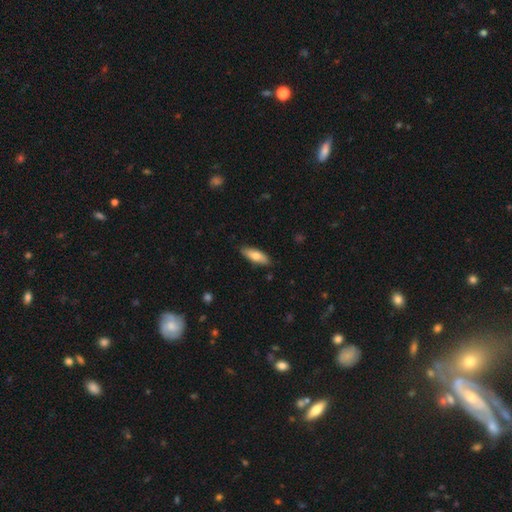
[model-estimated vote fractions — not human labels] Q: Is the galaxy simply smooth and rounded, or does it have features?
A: smooth — 74%.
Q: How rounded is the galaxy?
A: in between — 61%.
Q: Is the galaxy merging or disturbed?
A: none — 87%.